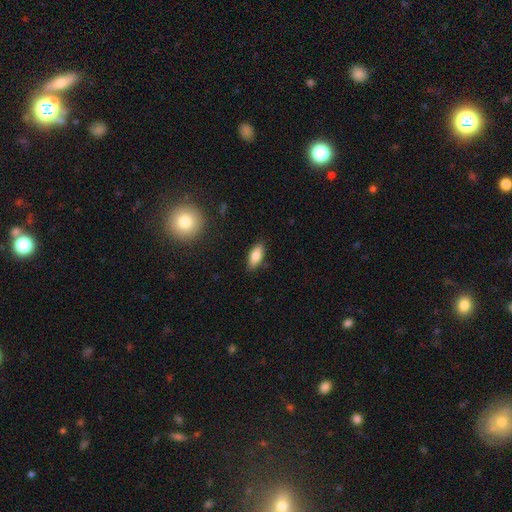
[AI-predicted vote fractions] Smooth or featured? Predicted: smooth (p=0.82). How rounded? Predicted: in between (p=0.84). Merging? Predicted: none (p=0.85).